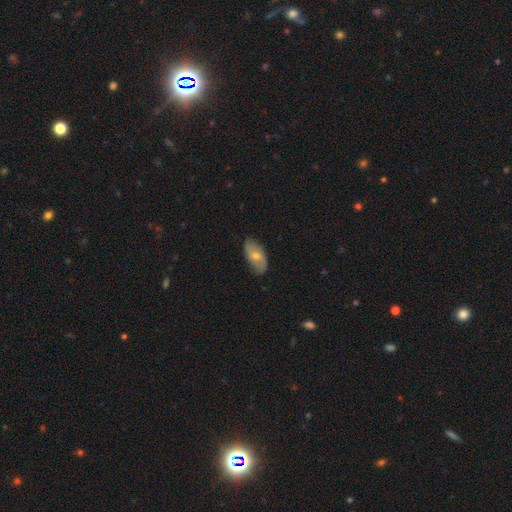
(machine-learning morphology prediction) smooth_or_featured: smooth (p=0.53) [alt: featured or disk p=0.40]
how_rounded: in between (p=0.92) [alt: cigar-shaped p=0.04]
merging: none (p=0.79) [alt: minor disturbance p=0.17]